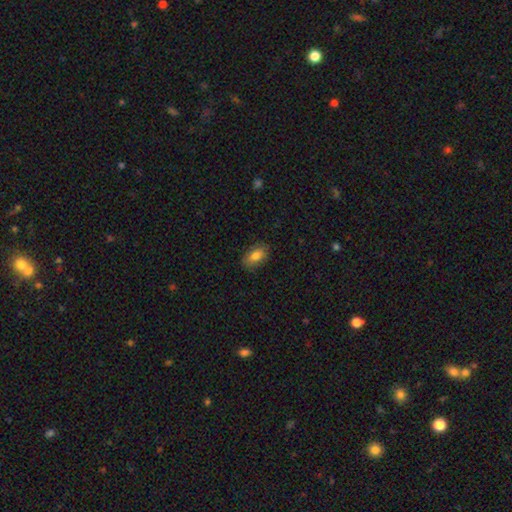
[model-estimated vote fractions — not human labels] The model was most divided on "smooth or featured": smooth: 80%, featured or disk: 13%, star or artifact: 8%. More confident: how rounded — in between (89%); merging — none (85%).